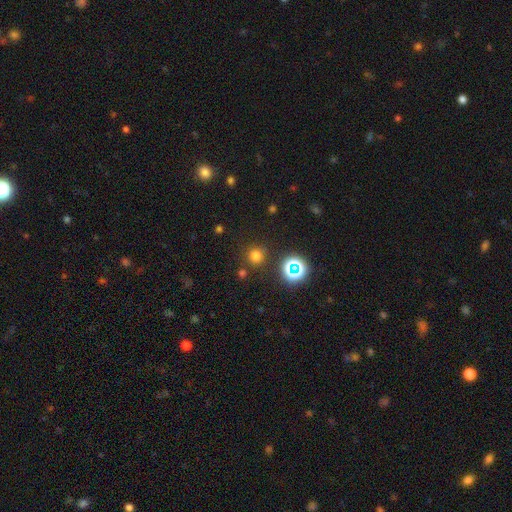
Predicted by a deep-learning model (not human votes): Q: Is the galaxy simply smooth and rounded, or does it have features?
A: smooth — 70%.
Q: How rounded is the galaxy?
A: round — 93%.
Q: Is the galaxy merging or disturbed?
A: none — 85%.